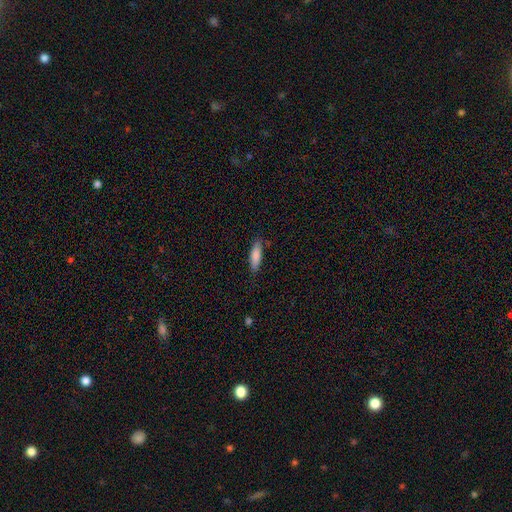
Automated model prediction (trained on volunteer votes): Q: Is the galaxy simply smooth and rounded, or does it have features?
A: smooth — 85%.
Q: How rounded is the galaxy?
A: cigar-shaped — 52%.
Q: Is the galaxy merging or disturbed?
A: none — 80%.